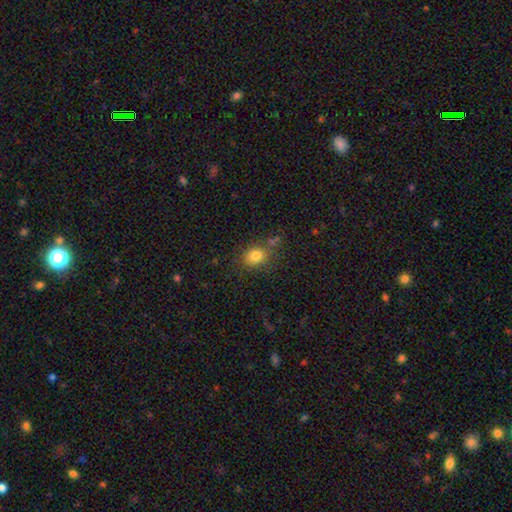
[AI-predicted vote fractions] smooth_or_featured: smooth (p=0.80) [alt: star or artifact p=0.12]
how_rounded: round (p=0.62) [alt: in between p=0.37]
merging: none (p=0.73) [alt: minor disturbance p=0.15]